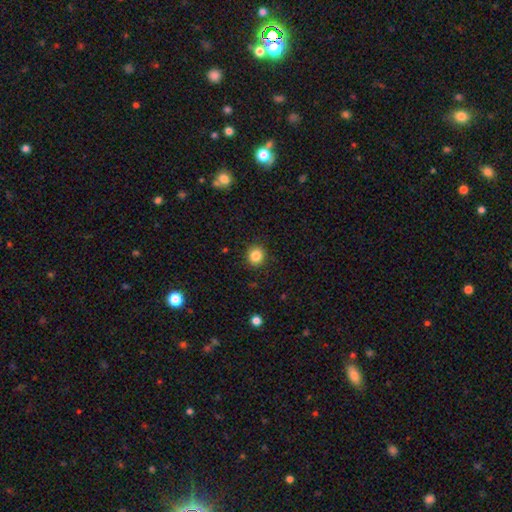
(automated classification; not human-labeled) smooth-or-featured: smooth: 85% | star or artifact: 11% | featured or disk: 5%
  how-rounded: round: 86% | in between: 13% | cigar-shaped: 1%
  merging: none: 91% | minor disturbance: 6% | major disturbance: 2% | merger: 1%